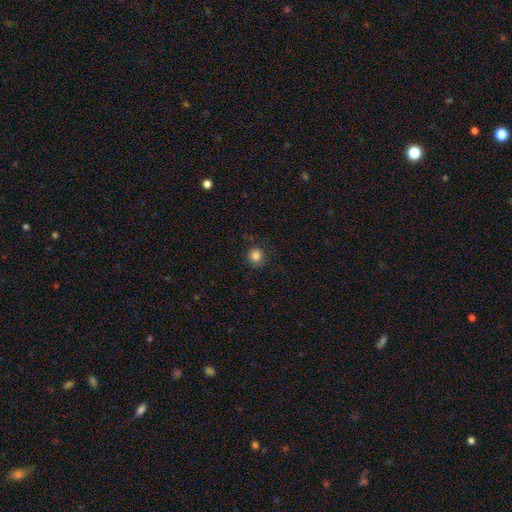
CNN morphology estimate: Overall: smooth (85%). How rounded: round (90%). Merging: none (87%).